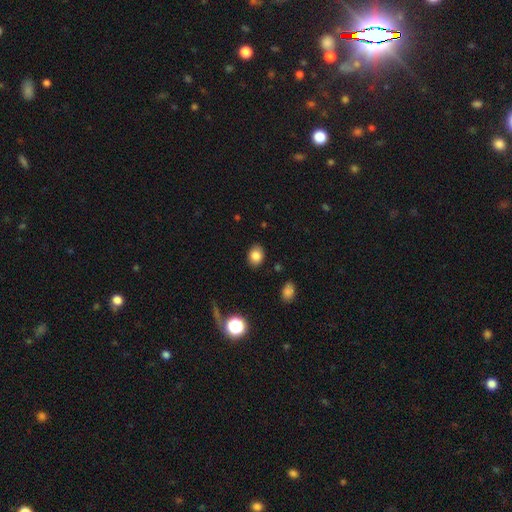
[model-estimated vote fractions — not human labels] The model was most divided on "how rounded": in between: 62%, round: 37%, cigar-shaped: 1%. More confident: merging — none (86%); smooth or featured — smooth (83%).